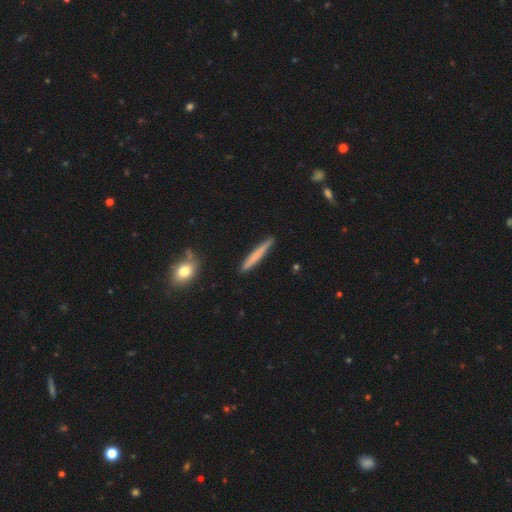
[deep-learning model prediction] The model was most divided on "smooth or featured": smooth: 67%, featured or disk: 27%, star or artifact: 6%. More confident: how rounded — cigar-shaped (96%); merging — none (90%).